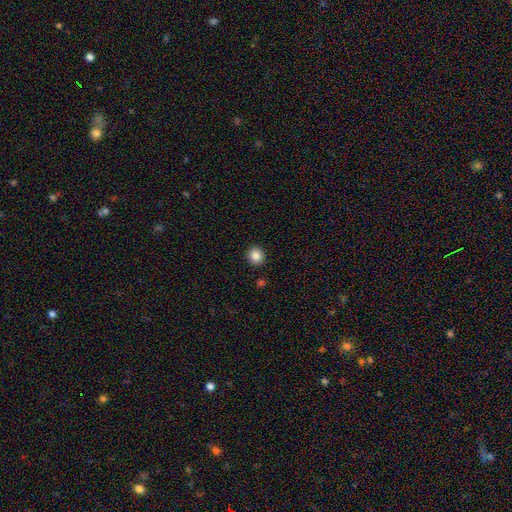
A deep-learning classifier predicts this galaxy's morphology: Smooth or featured?
  - smooth: 86% *
  - star or artifact: 10%
  - featured or disk: 4%
How rounded?
  - round: 91% *
  - in between: 8%
  - cigar-shaped: 1%
Merging?
  - none: 93% *
  - minor disturbance: 4%
  - merger: 2%
  - major disturbance: 1%